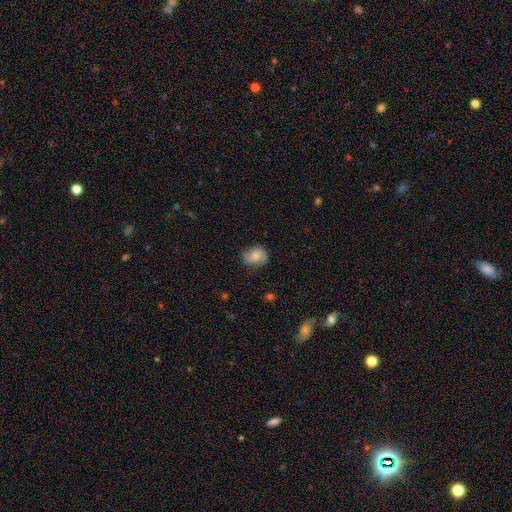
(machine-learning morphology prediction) Smooth or featured? Predicted: smooth (p=0.48). Merging? Predicted: none (p=0.73).